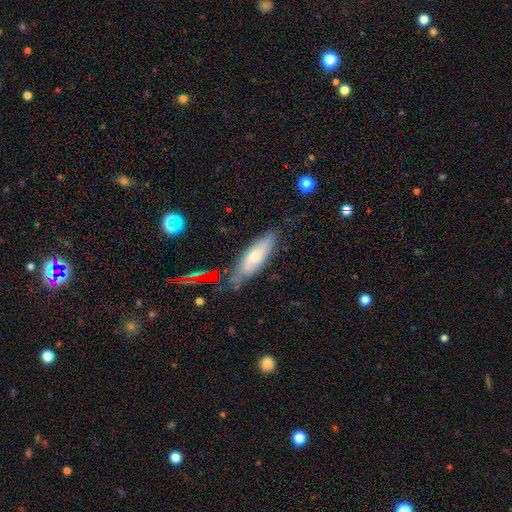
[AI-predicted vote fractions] The model was most divided on "how rounded": cigar-shaped: 49%, in between: 48%, round: 2%. More confident: merging — none (68%); smooth or featured — smooth (52%).